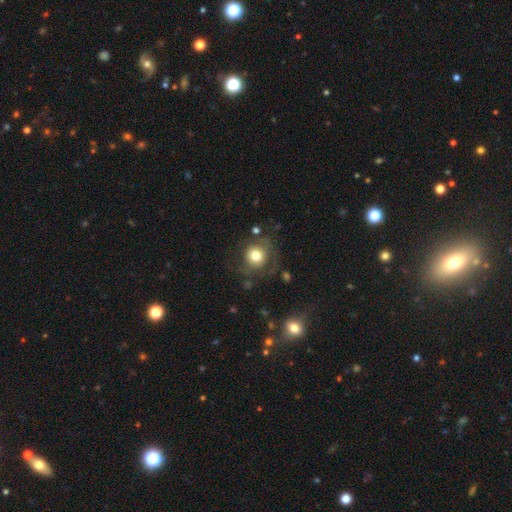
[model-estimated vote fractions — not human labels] Smooth or featured?
  - smooth: 72% *
  - featured or disk: 17%
  - star or artifact: 10%
How rounded?
  - round: 89% *
  - in between: 10%
  - cigar-shaped: 1%
Merging?
  - none: 67% *
  - minor disturbance: 17%
  - major disturbance: 13%
  - merger: 3%